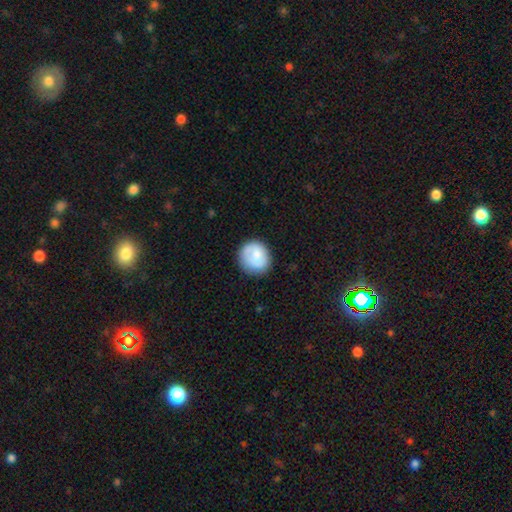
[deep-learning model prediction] smooth-or-featured: smooth: 73% | featured or disk: 20% | star or artifact: 6%
  how-rounded: round: 83% | in between: 16% | cigar-shaped: 1%
  merging: none: 77% | minor disturbance: 16% | major disturbance: 5% | merger: 2%